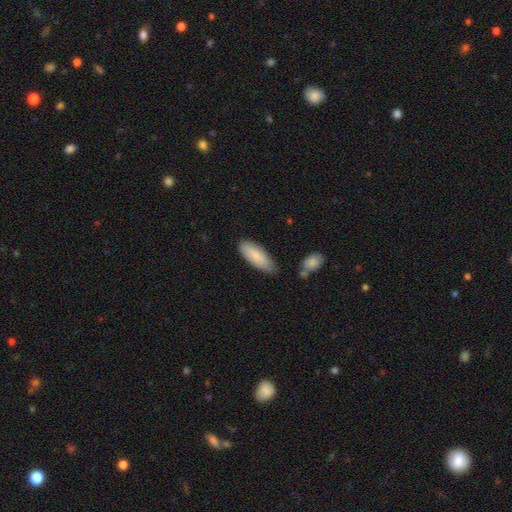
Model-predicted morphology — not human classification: Smooth or featured?
  - smooth: 84% *
  - featured or disk: 11%
  - star or artifact: 6%
How rounded?
  - in between: 70% *
  - cigar-shaped: 28%
  - round: 2%
Merging?
  - none: 70% *
  - minor disturbance: 23%
  - major disturbance: 4%
  - merger: 3%